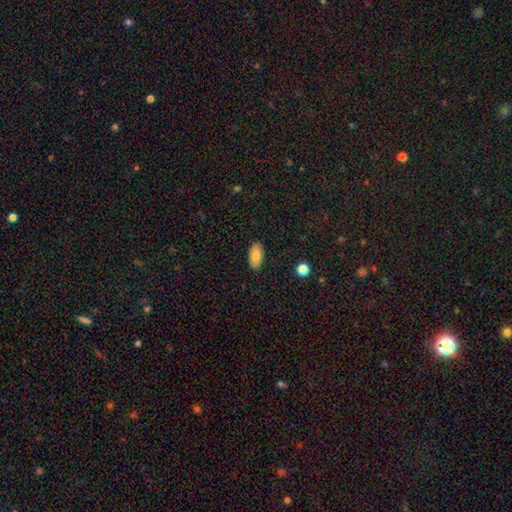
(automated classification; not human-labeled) Morphology: type=smooth (84%); roundness=in between (93%); merging=none (89%).